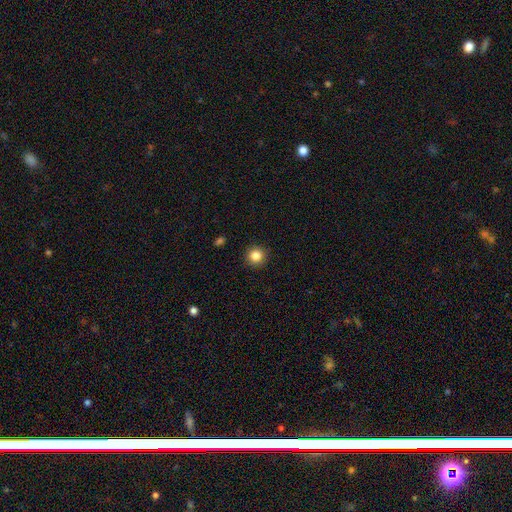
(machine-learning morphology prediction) type=smooth (85%); roundness=round (94%); merging=none (92%).